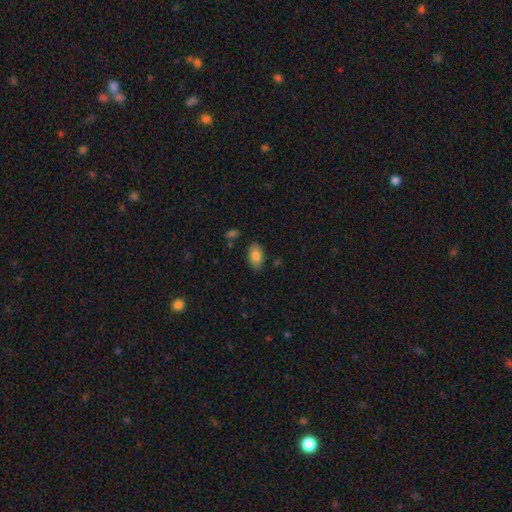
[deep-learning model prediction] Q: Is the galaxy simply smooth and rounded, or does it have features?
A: smooth — 84%.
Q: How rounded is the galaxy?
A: in between — 93%.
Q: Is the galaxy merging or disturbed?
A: none — 82%.